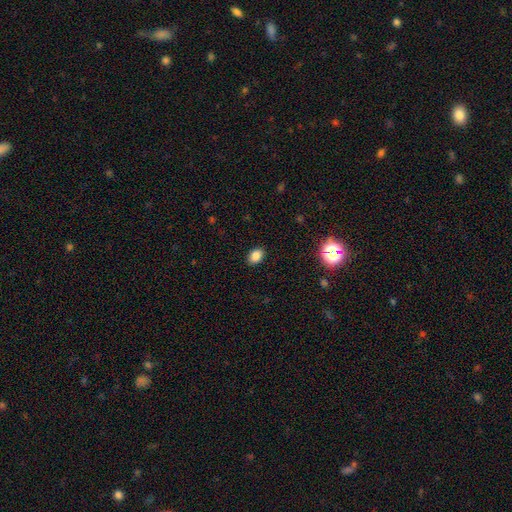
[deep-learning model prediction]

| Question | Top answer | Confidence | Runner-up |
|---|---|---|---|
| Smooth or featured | smooth | 84% | star or artifact (11%) |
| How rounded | in between | 73% | round (26%) |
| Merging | none | 88% | minor disturbance (8%) |